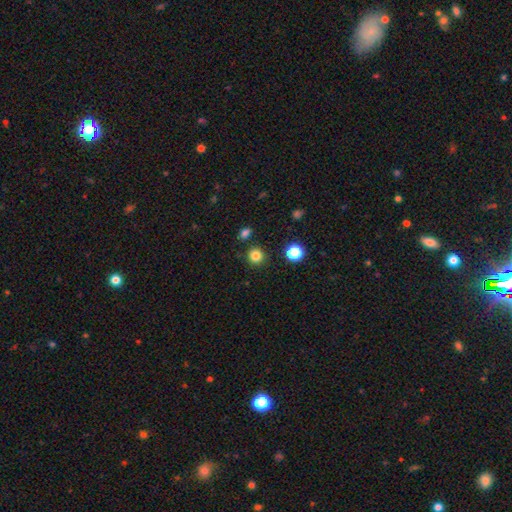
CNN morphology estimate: The model was most divided on "smooth or featured": smooth: 82%, star or artifact: 14%, featured or disk: 4%. More confident: how rounded — round (93%); merging — none (88%).